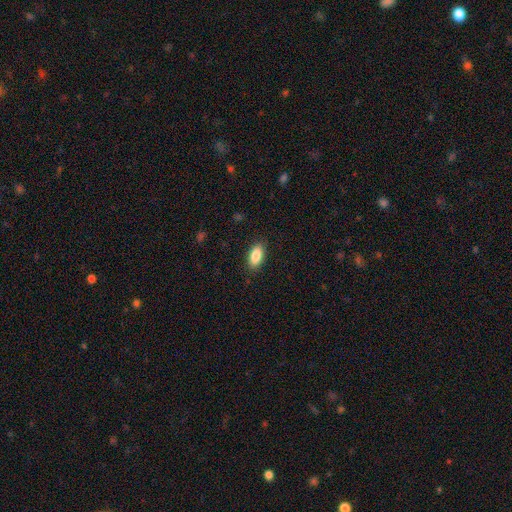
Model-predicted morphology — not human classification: smooth 87%, star or artifact 7%, featured or disk 6%. Down the decision tree: how rounded — in between (90%); merging — none (88%).